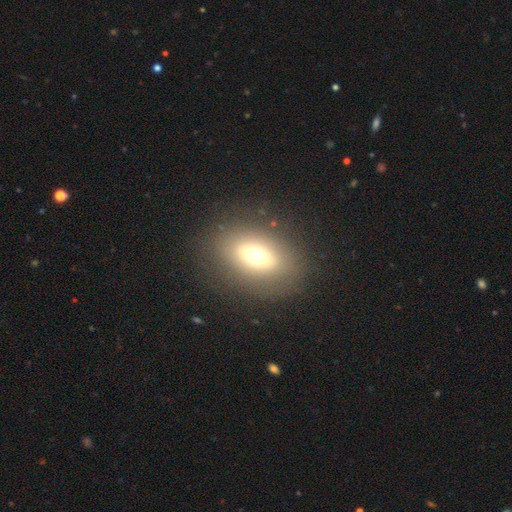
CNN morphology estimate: smooth-or-featured: smooth: 62% | featured or disk: 27% | star or artifact: 11%
  how-rounded: in between: 78% | round: 17% | cigar-shaped: 4%
  merging: none: 84% | minor disturbance: 10% | major disturbance: 5% | merger: 1%